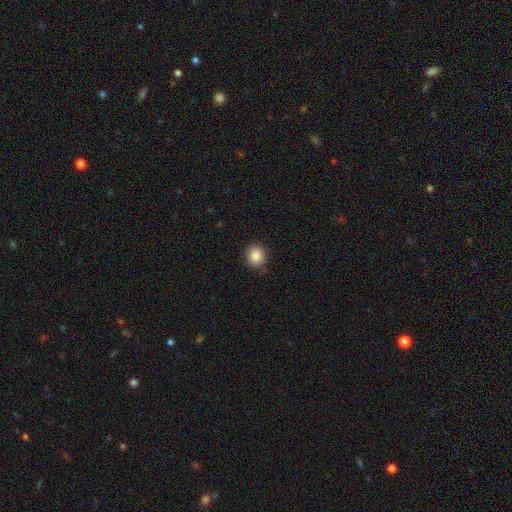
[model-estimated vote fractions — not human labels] This is clearly a smooth galaxy (86%). How rounded: clearly round (83%). Merging: clearly none (86%).